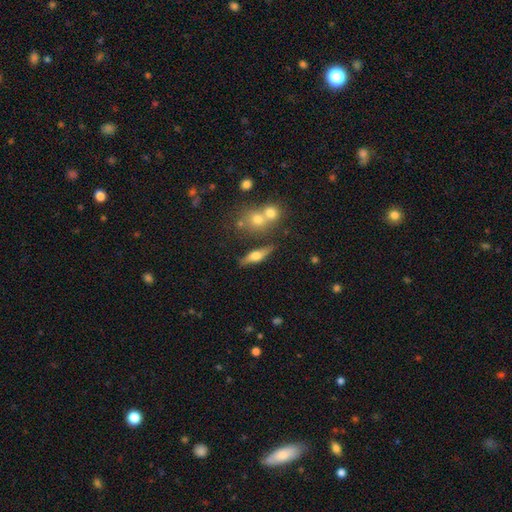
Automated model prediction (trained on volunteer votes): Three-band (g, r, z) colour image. It shows a featured or disk galaxy (58%) viewed edge-on (90%) with a rounded central bulge (93%). Merging: none (72%).